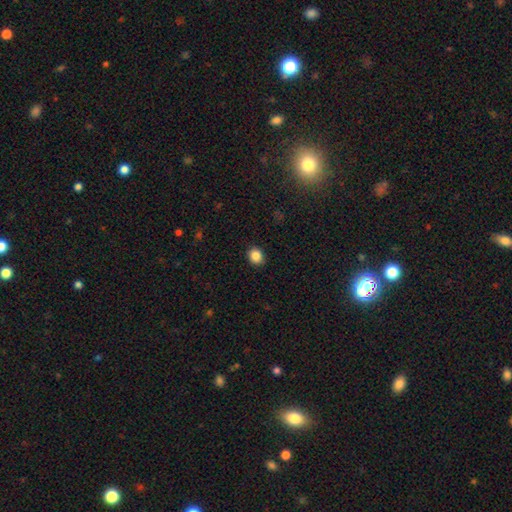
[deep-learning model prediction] Morphology: type=smooth (86%); roundness=round (65%); merging=none (89%).